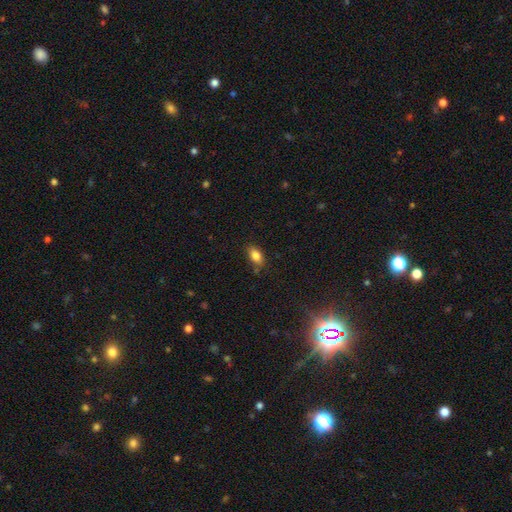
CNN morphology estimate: smooth_or_featured: smooth (p=0.83) [alt: star or artifact p=0.09]
how_rounded: in between (p=0.88) [alt: round p=0.07]
merging: none (p=0.79) [alt: minor disturbance p=0.15]